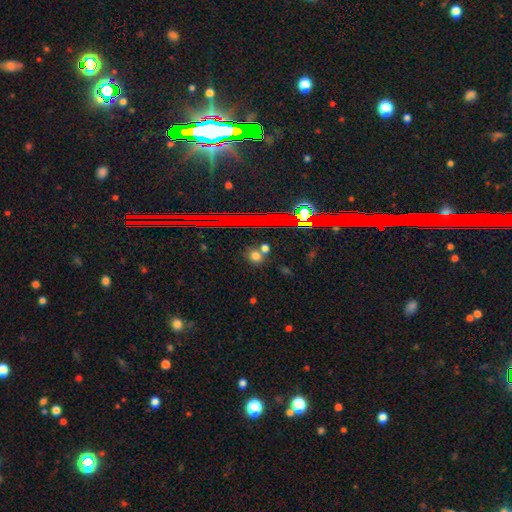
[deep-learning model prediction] Overall: smooth (65%; star or artifact 27%). How rounded: round (72%). Merging: none (74%).